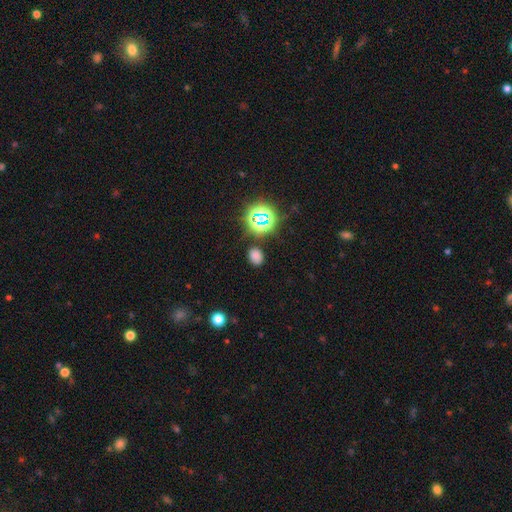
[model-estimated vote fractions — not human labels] Overall: smooth (66%; star or artifact 27%). How rounded: in between (56%; round 43%). Merging: none (81%).